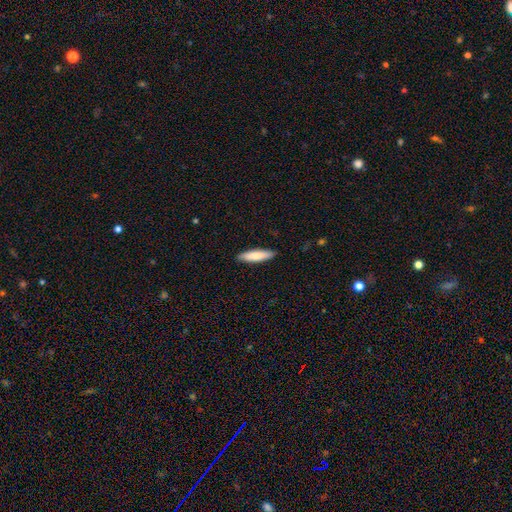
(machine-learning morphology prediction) A smooth galaxy with no disk features (79%) that is cigar-shaped (74%).

Vote fractions:
- Smooth or featured? smooth: 79% / featured or disk: 16% / star or artifact: 5%
- How rounded? cigar-shaped: 74% / in between: 25% / round: 1%
- Merging? none: 90% / minor disturbance: 7% / major disturbance: 1% / merger: 1%